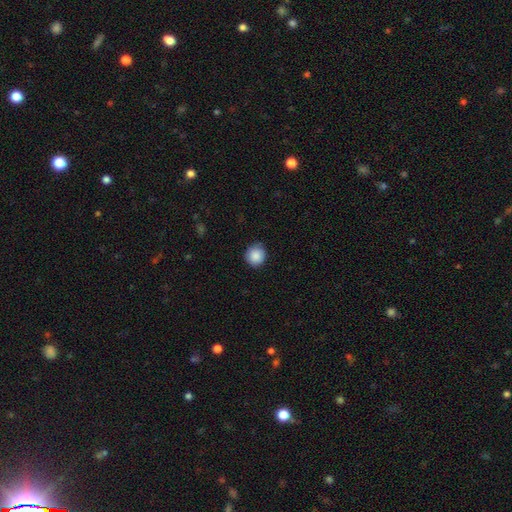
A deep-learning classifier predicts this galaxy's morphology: Q: Smooth or featured?
A: smooth (88%); runner-up: star or artifact (8%)
Q: How rounded?
A: round (91%); runner-up: in between (9%)
Q: Merging?
A: none (84%); runner-up: minor disturbance (13%)